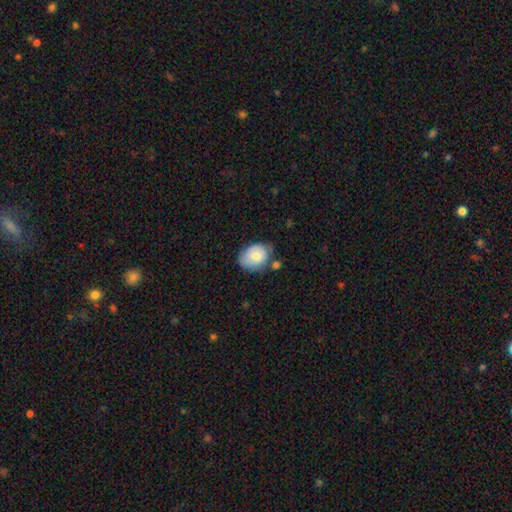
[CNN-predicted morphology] The model was most divided on "merging": none: 58%, minor disturbance: 27%, merger: 9%, major disturbance: 6%. More confident: smooth or featured — smooth (77%); how rounded — in between (70%).